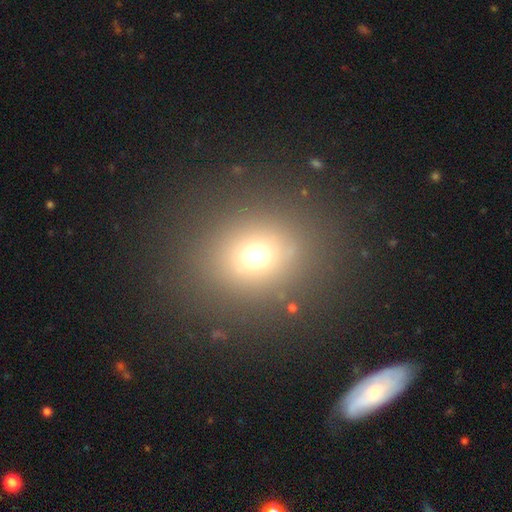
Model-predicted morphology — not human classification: A smooth galaxy with no disk features (67%) that is round (73%).

Vote fractions:
- Smooth or featured? smooth: 67% / star or artifact: 20% / featured or disk: 12%
- How rounded? round: 73% / in between: 26% / cigar-shaped: 1%
- Merging? none: 85% / minor disturbance: 8% / major disturbance: 4% / merger: 3%